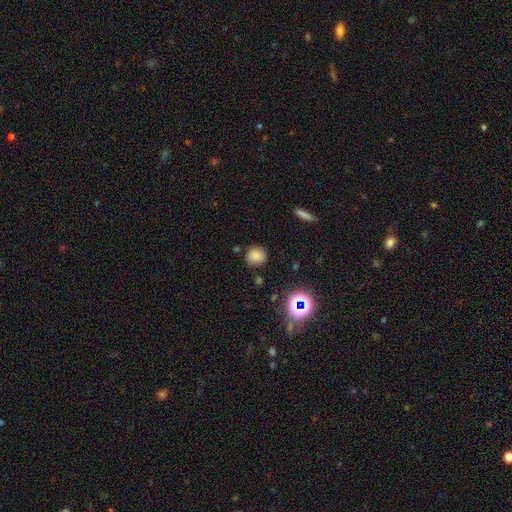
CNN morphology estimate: smooth_or_featured: smooth (p=0.78) [alt: star or artifact p=0.16]
how_rounded: round (p=0.86) [alt: in between p=0.13]
merging: none (p=0.83) [alt: minor disturbance p=0.12]